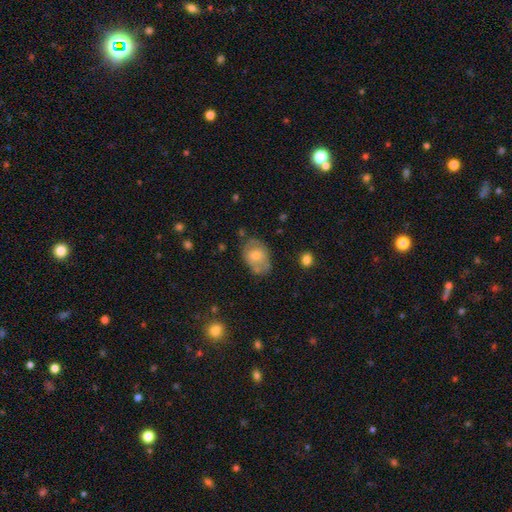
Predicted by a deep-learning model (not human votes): The model was most divided on "smooth or featured": smooth: 52%, featured or disk: 39%, star or artifact: 8%. More confident: how rounded — in between (77%); merging — none (63%).